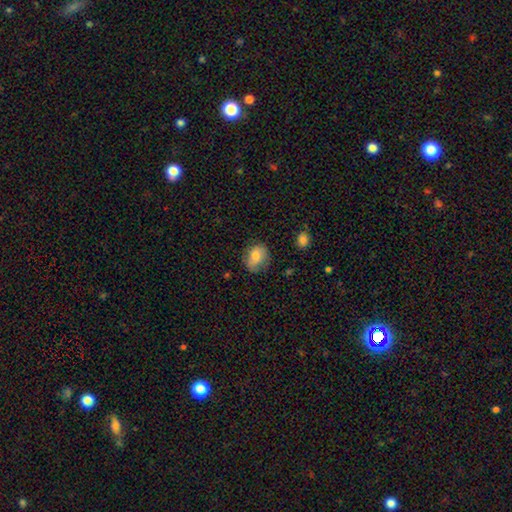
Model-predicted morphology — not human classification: This appears to be a smooth galaxy with no disk features (74%) that is in between round and cigar-shaped (56%). Merging: none (66%).